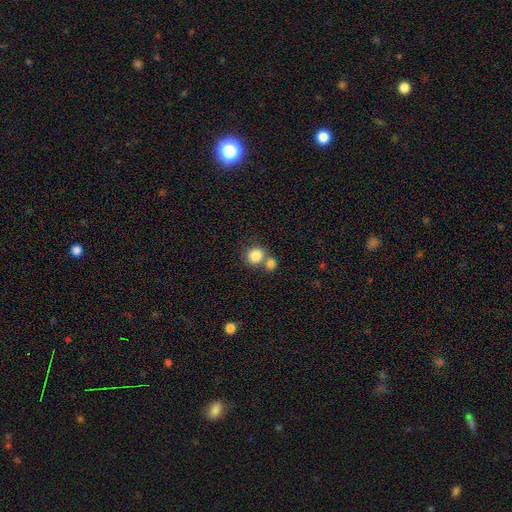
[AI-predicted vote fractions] This appears to be a smooth galaxy with no disk features (84%) that is round (84%). Merging: none (52%).